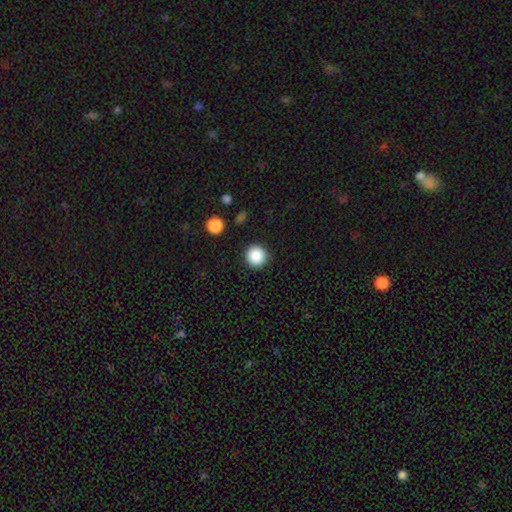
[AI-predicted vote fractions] This appears to be a smooth galaxy with no disk features (87%) that is round (96%). Merging: none (91%).